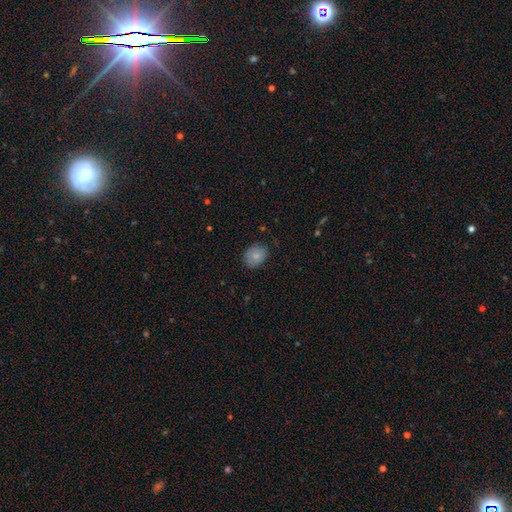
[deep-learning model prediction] smooth 83%, featured or disk 9%, star or artifact 8%. Down the decision tree: how rounded — in between (60%); merging — none (79%).